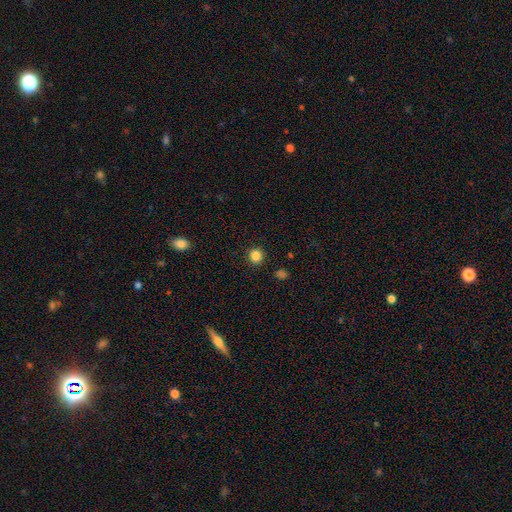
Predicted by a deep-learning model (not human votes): smooth-or-featured: smooth: 85% | star or artifact: 11% | featured or disk: 4%
  how-rounded: round: 90% | in between: 9% | cigar-shaped: 1%
  merging: none: 92% | minor disturbance: 5% | major disturbance: 2% | merger: 1%